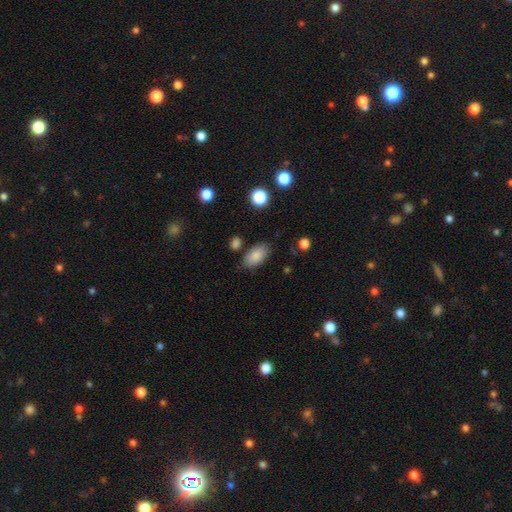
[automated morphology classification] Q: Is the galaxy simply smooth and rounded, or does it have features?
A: smooth — 86%.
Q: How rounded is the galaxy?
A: in between — 93%.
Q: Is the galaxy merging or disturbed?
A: none — 78%.